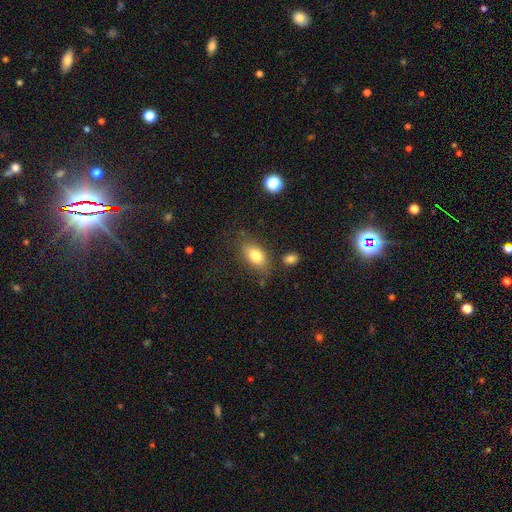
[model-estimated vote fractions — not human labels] This appears to be a smooth galaxy with no disk features (80%) that is in between round and cigar-shaped (87%). Merging: none (74%).